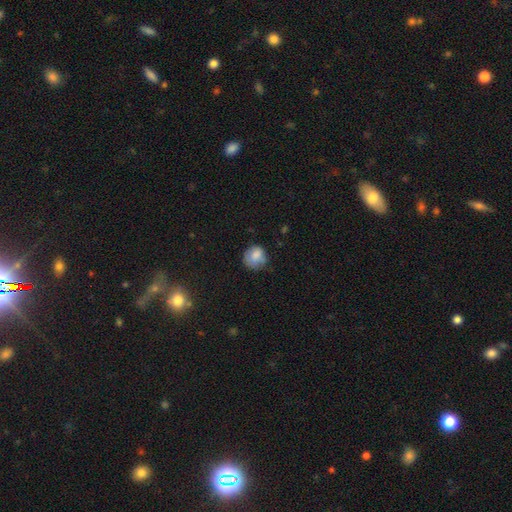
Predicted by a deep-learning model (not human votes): This is likely a smooth galaxy (80%). How rounded: clearly round (82%). Merging: likely none (63%).